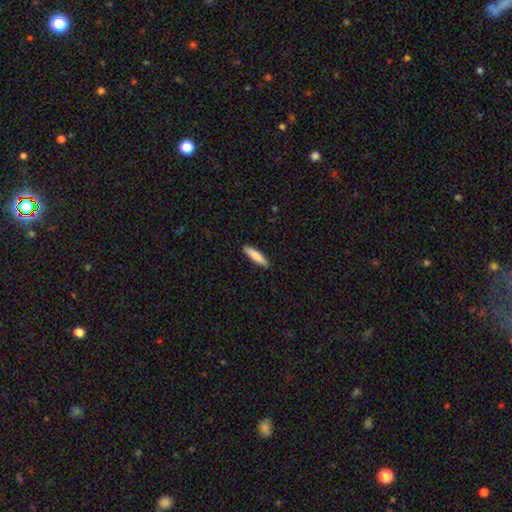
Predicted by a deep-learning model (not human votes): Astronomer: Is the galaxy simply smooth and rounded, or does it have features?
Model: smooth — 82%.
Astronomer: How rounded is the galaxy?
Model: cigar-shaped — 77%.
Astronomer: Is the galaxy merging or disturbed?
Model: none — 90%.